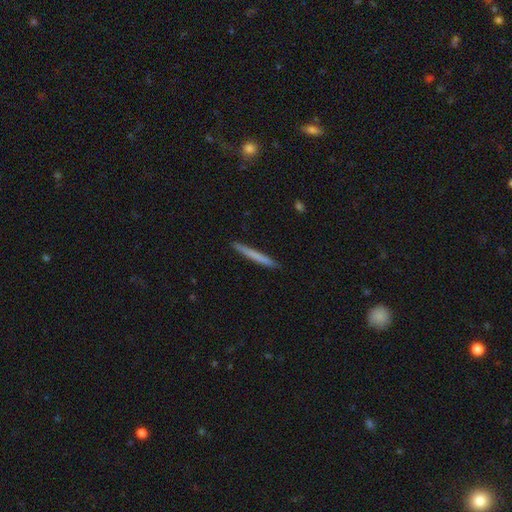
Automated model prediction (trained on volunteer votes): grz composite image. It shows a smooth galaxy with no disk features (68%) that is cigar-shaped (97%). Merging: none (92%).